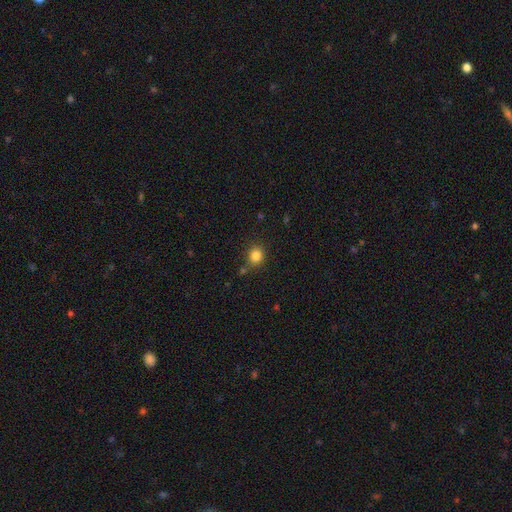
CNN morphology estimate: Smooth or featured: smooth — 83% (star or artifact — 12%)
How rounded: round — 80% (in between — 19%)
Merging: none — 77% (minor disturbance — 13%)